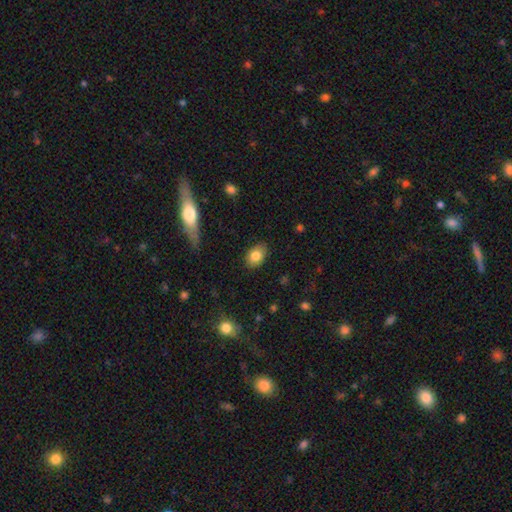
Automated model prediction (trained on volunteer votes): Overall: smooth (82%). How rounded: in between (78%). Merging: none (85%).